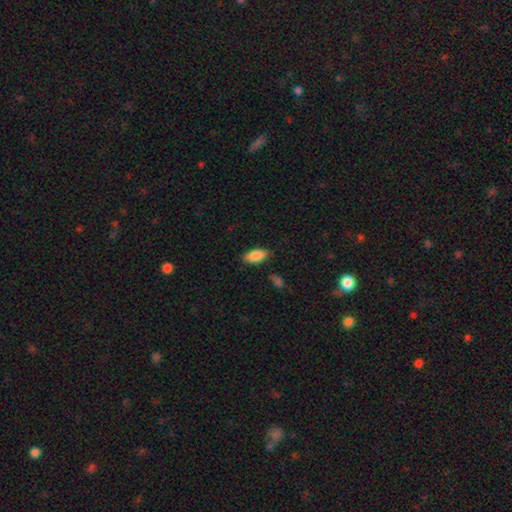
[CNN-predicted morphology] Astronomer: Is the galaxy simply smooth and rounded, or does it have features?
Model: smooth — 87%.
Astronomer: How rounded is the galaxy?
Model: in between — 91%.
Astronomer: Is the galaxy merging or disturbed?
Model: none — 83%.